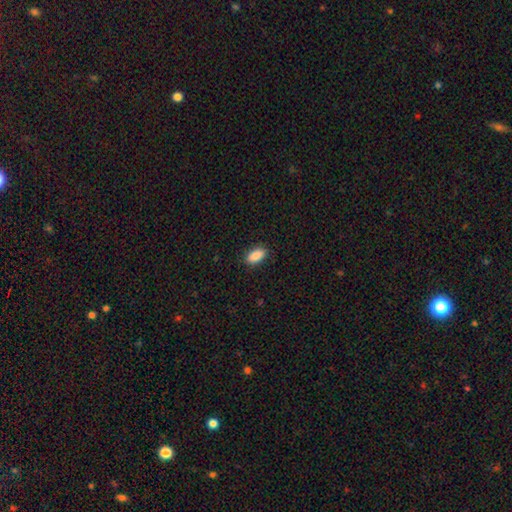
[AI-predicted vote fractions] smooth-or-featured: smooth: 90% | star or artifact: 7% | featured or disk: 3%
  how-rounded: in between: 91% | cigar-shaped: 6% | round: 3%
  merging: none: 89% | minor disturbance: 8% | major disturbance: 2% | merger: 1%